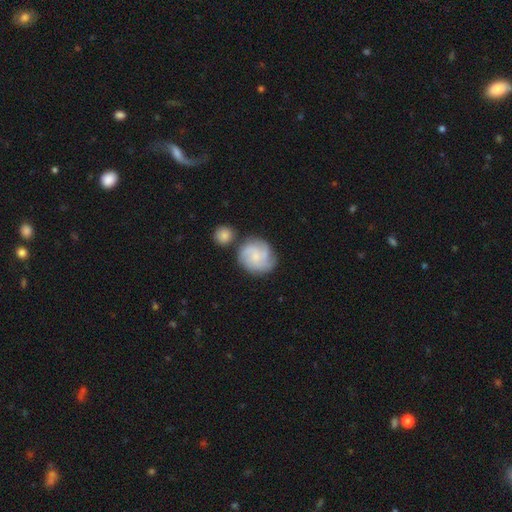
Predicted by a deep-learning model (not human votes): A featured or disk galaxy (62%) with no bar (65%), 3 (38%) tight (49%) spiral arms (93%) and a small central bulge (51%).

Vote fractions:
- Smooth or featured? featured or disk: 62% / smooth: 31% / star or artifact: 7%
- Edge-on disk? no: 98% / yes: 2%
- Bar? no: 65% / weak: 31% / strong: 4%
- Spiral arms? yes: 93% / no: 7%
- Spiral winding? tight: 49% / medium: 39% / loose: 11%
- Spiral arm count? 3: 38% / 4: 24% / can't tell: 20% / 2: 8% / more than 4: 5% / 1: 5%
- Bulge size? small: 51% / moderate: 25% / none: 19% / large: 3% / dominant: 2%
- Merging? none: 67% / minor disturbance: 16% / merger: 12% / major disturbance: 5%